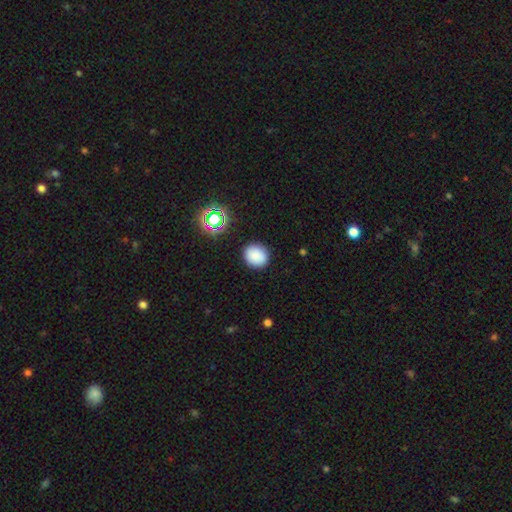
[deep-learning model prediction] Smooth or featured?
  - smooth: 83% *
  - star or artifact: 12%
  - featured or disk: 5%
How rounded?
  - round: 77% *
  - in between: 22%
  - cigar-shaped: 1%
Merging?
  - none: 89% *
  - minor disturbance: 7%
  - major disturbance: 2%
  - merger: 1%